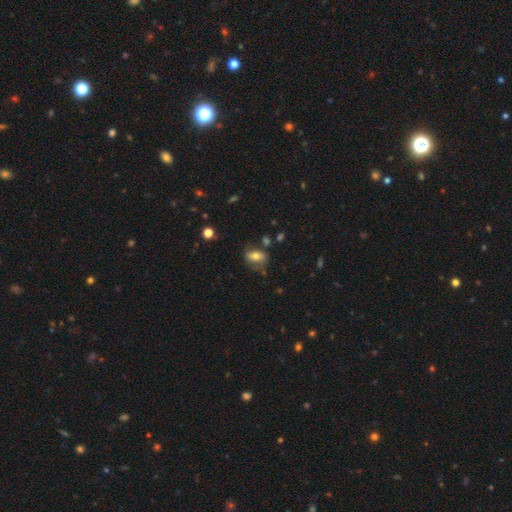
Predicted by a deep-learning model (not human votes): Q: Smooth or featured?
A: smooth (67%); runner-up: featured or disk (24%)
Q: How rounded?
A: in between (78%); runner-up: round (18%)
Q: Merging?
A: none (62%); runner-up: minor disturbance (23%)